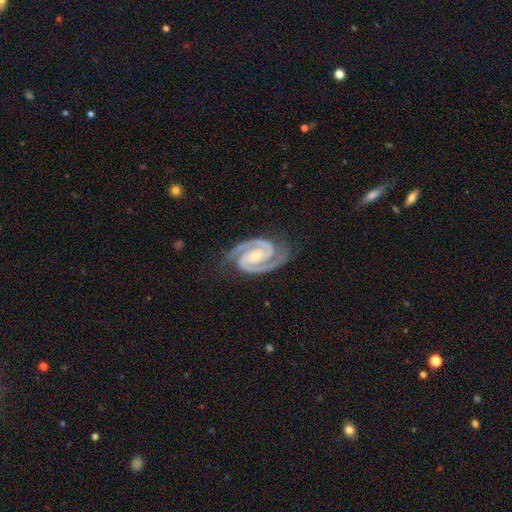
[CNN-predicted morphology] A featured or disk galaxy (95%) with no bar (40%), 2 (95%) tight (61%) spiral arms (99%) and a small central bulge (46%). Merging: none (82%).